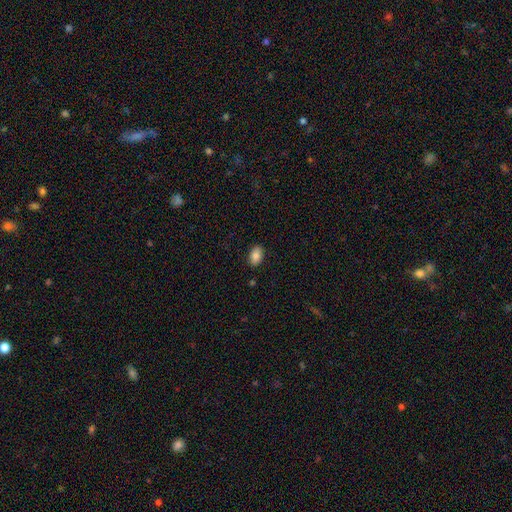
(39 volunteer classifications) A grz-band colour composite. It shows a smooth galaxy with no disk features (90%) that is in between round and cigar-shaped (86%). Merging: none (86%).